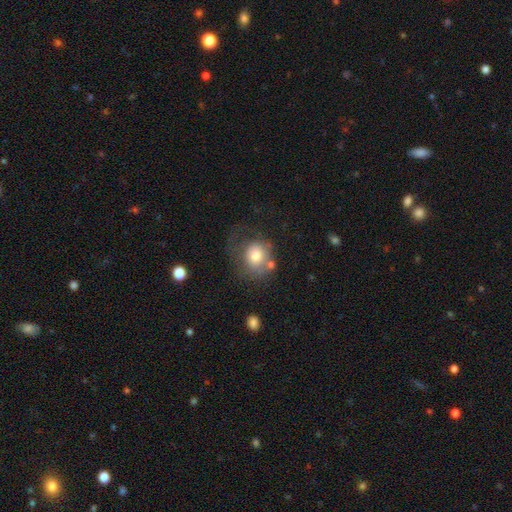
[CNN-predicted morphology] smooth 70%, featured or disk 21%, star or artifact 9%. Down the decision tree: how rounded — round (75%); merging — none (41%).